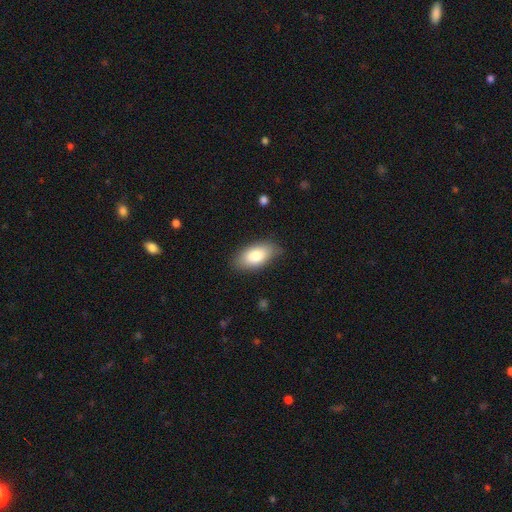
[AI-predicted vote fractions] smooth_or_featured: smooth (p=0.80) [alt: featured or disk p=0.13]
how_rounded: in between (p=0.92) [alt: cigar-shaped p=0.04]
merging: none (p=0.80) [alt: minor disturbance p=0.16]